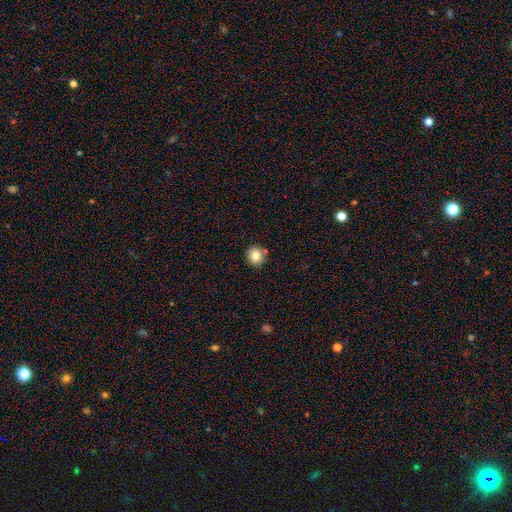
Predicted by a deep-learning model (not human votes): Overall: smooth (83%). How rounded: round (90%). Merging: none (85%).